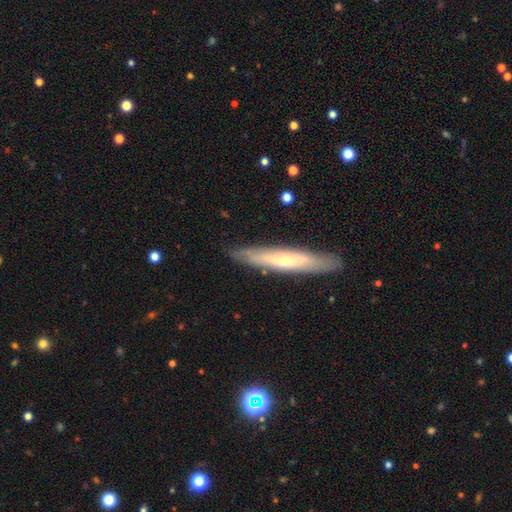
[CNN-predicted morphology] smooth-or-featured: featured or disk: 49% | smooth: 45% | star or artifact: 6%
  merging: none: 86% | minor disturbance: 11% | major disturbance: 2% | merger: 1%